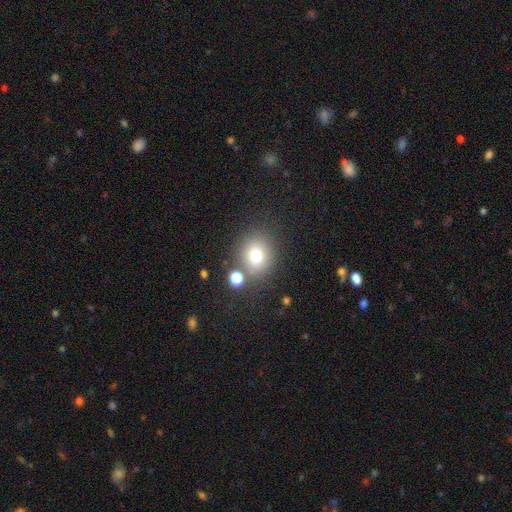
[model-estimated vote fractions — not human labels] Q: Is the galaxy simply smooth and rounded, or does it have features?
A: smooth — 75%.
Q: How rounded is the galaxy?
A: round — 70%.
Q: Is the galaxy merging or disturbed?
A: none — 74%.